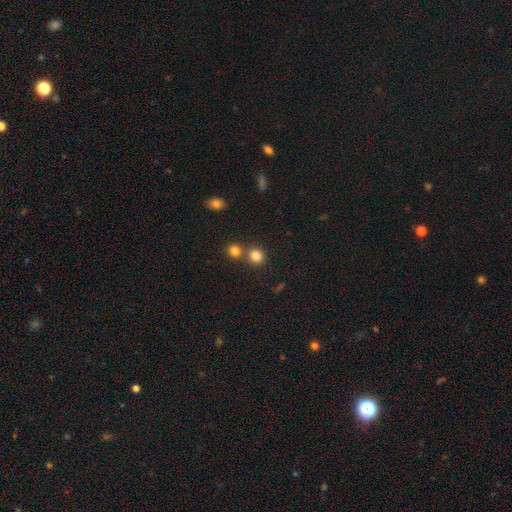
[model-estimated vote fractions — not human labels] Smooth or featured: smooth — 82% (star or artifact — 13%)
How rounded: round — 84% (in between — 15%)
Merging: none — 64% (merger — 26%)